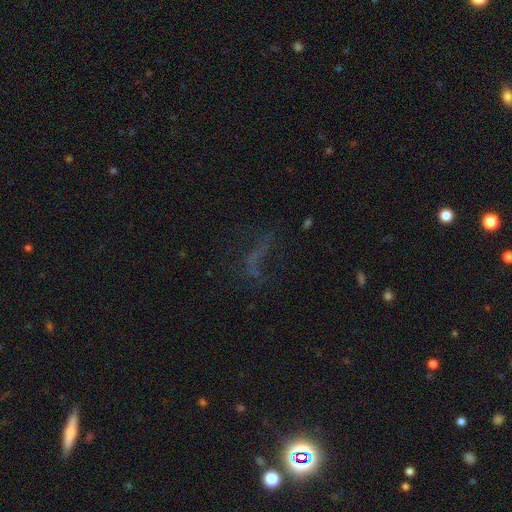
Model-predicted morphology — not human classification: smooth_or_featured: star or artifact (p=0.40) [alt: featured or disk p=0.32]